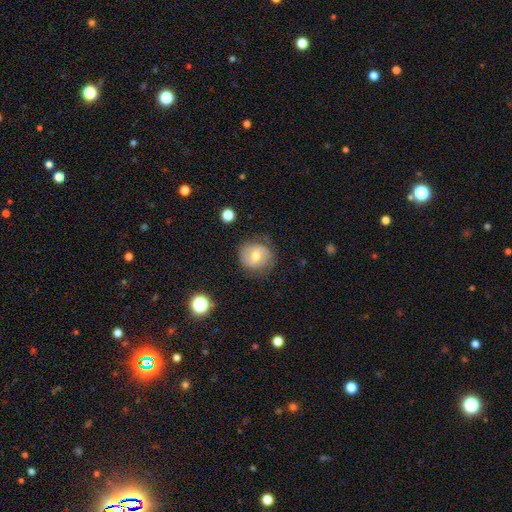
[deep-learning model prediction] This appears to be a smooth galaxy with no disk features (58%) that is round (81%). Merging: none (70%).